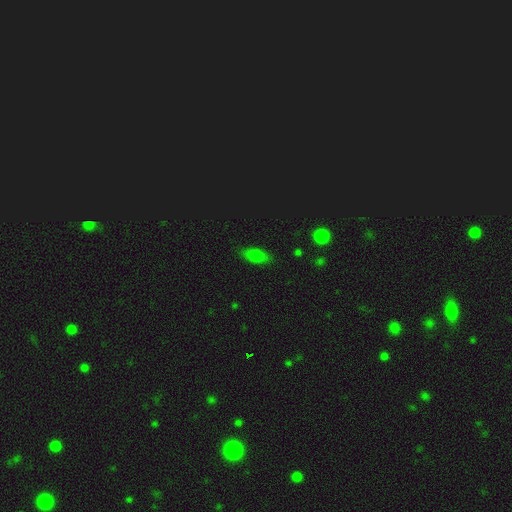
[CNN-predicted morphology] This appears to be a smooth galaxy with no disk features (71%) that is in between round and cigar-shaped (81%). Merging: none (83%).